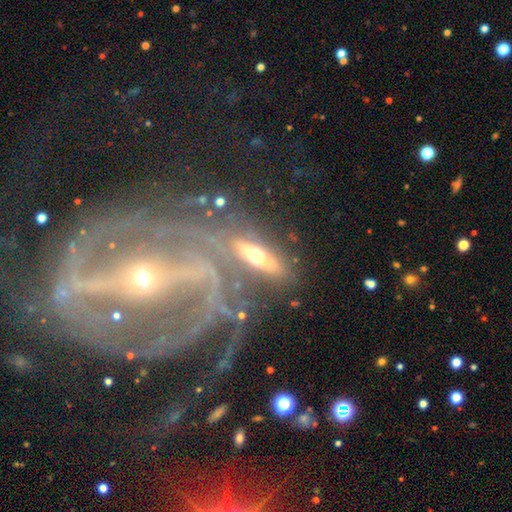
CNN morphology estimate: smooth_or_featured: featured or disk (p=0.63) [alt: smooth p=0.27]
disk_edge_on: yes (p=0.61) [alt: no p=0.39]
merging: none (p=0.59) [alt: minor disturbance p=0.16]